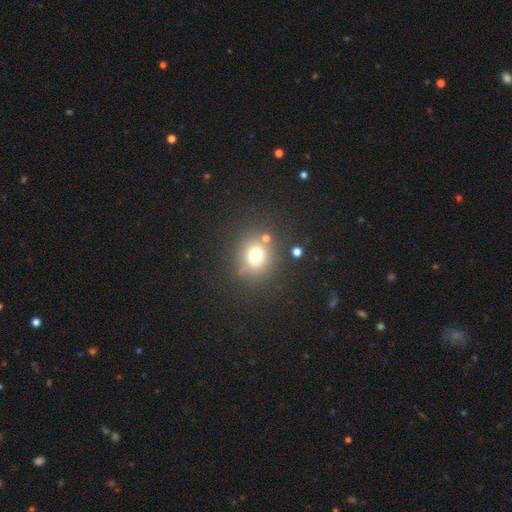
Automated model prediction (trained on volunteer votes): This appears to be a smooth galaxy with no disk features (71%) that is round (79%). Merging: none (76%).